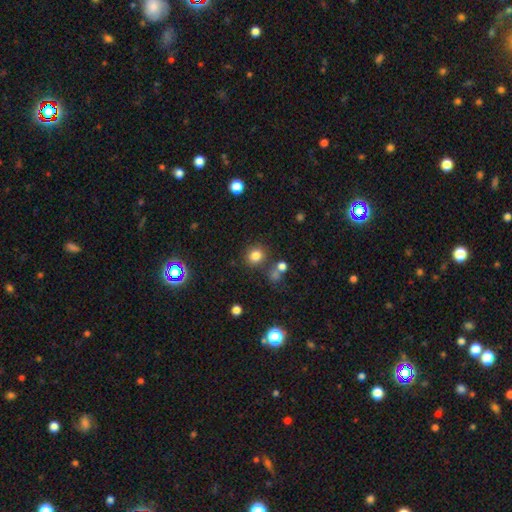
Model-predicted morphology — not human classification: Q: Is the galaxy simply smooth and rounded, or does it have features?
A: smooth — 80%.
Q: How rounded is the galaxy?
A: round — 83%.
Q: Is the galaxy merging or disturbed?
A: none — 79%.